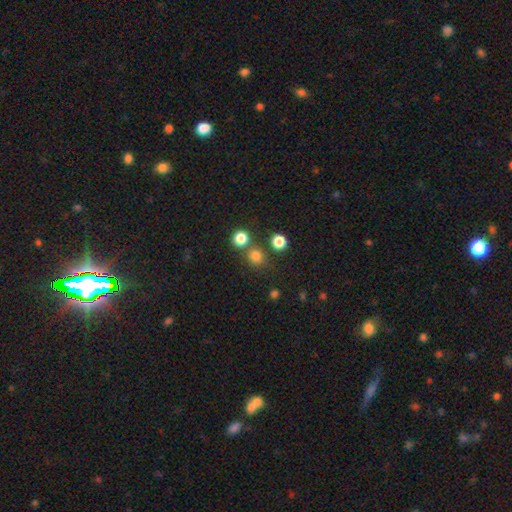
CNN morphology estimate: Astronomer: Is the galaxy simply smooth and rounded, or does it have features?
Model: smooth — 78%.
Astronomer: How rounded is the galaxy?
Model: round — 87%.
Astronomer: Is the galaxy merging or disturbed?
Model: none — 71%.